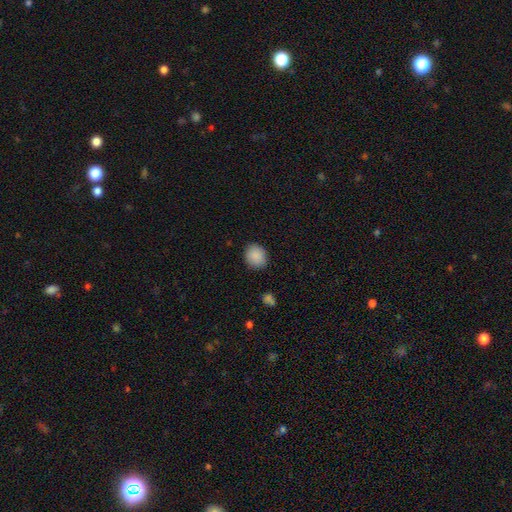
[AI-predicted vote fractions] Q: Smooth or featured?
A: smooth (89%); runner-up: star or artifact (8%)
Q: How rounded?
A: round (72%); runner-up: in between (27%)
Q: Merging?
A: none (88%); runner-up: minor disturbance (9%)